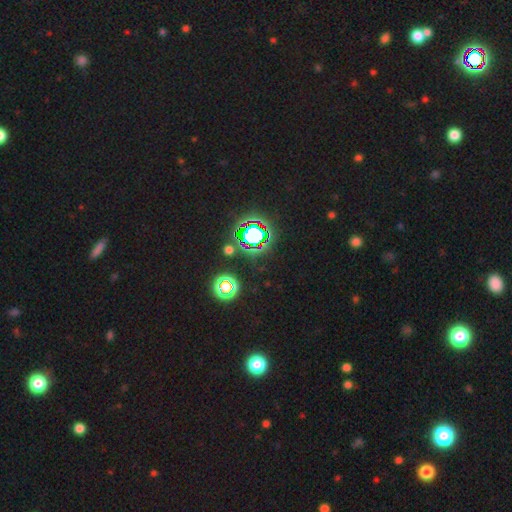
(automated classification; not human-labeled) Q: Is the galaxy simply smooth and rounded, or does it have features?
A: star or artifact — 79%.